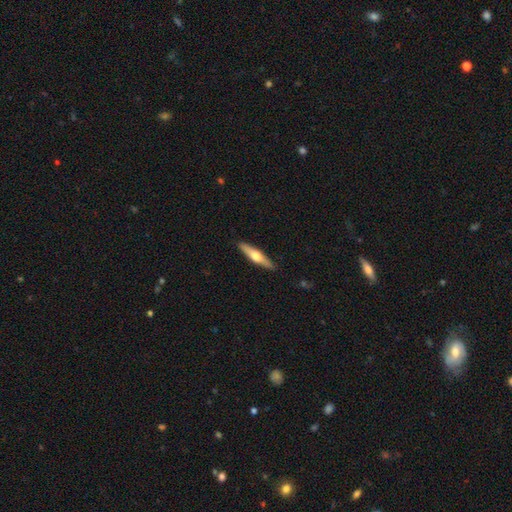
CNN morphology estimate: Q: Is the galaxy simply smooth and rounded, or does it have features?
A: featured or disk — 54%.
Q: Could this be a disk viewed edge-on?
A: yes — 94%.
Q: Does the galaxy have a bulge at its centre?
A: rounded — 94%.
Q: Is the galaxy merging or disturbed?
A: none — 91%.